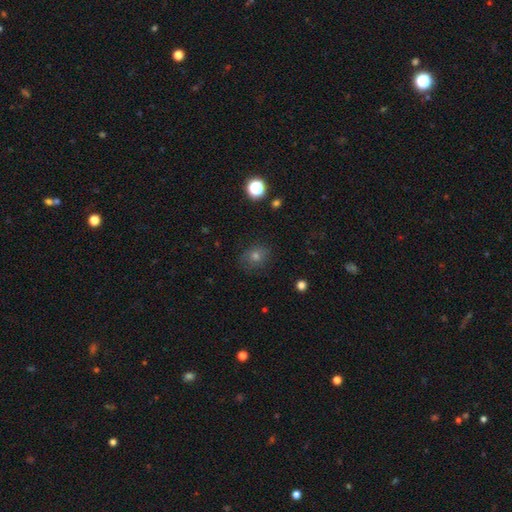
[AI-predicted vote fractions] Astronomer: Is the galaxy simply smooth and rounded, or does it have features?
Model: smooth — 63%.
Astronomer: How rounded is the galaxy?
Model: round — 70%.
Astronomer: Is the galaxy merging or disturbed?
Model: none — 83%.